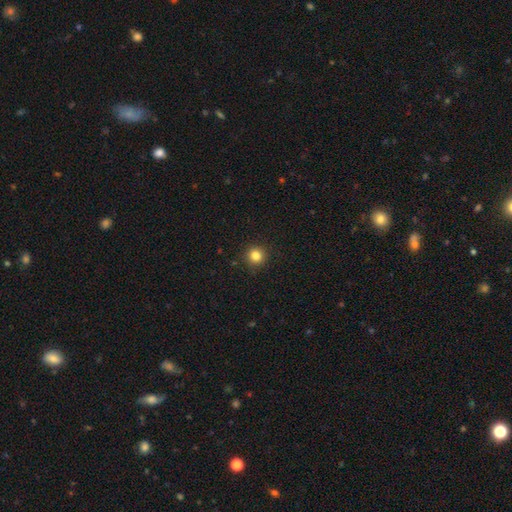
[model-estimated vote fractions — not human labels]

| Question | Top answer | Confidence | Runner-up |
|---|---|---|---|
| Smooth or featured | smooth | 83% | star or artifact (12%) |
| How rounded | round | 93% | in between (7%) |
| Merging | none | 90% | minor disturbance (7%) |